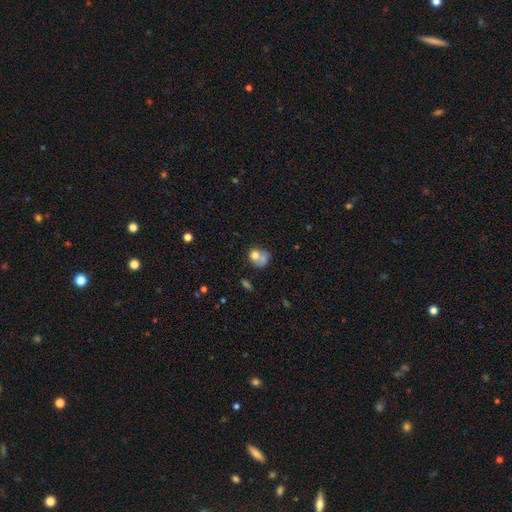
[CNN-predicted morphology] This appears to be a smooth galaxy with no disk features (68%) that is round (61%). Merging: merger (41%).